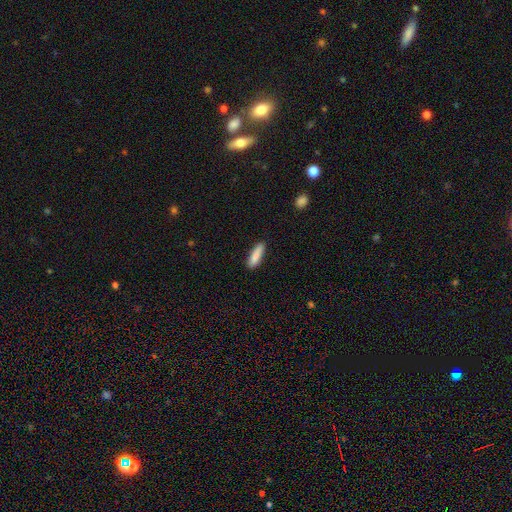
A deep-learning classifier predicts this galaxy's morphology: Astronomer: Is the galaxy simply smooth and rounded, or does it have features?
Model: smooth — 87%.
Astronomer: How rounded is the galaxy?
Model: cigar-shaped — 62%.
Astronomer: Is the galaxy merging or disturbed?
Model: none — 85%.